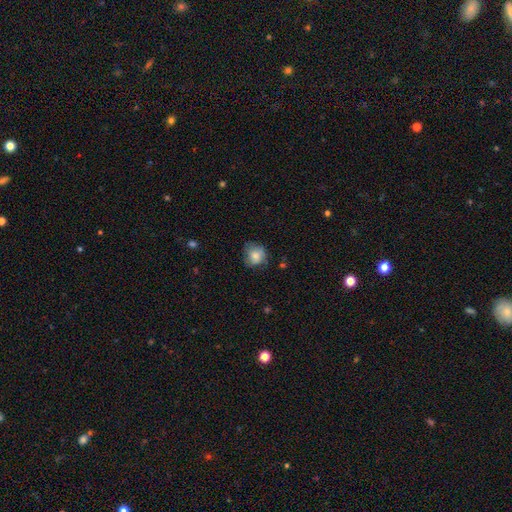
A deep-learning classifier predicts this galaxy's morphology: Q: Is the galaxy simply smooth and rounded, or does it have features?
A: smooth — 77%.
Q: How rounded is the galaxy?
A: round — 78%.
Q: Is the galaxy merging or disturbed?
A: none — 66%.